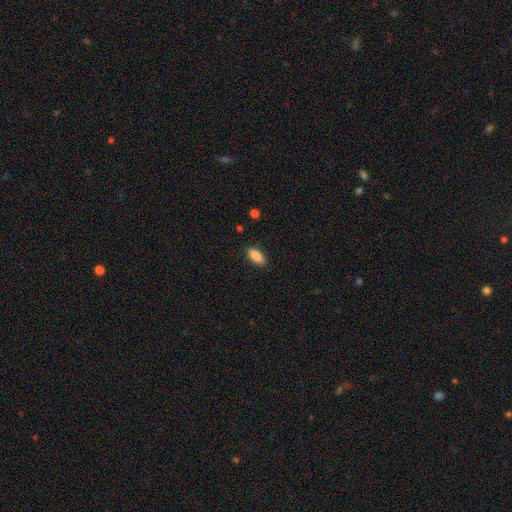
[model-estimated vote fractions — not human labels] Smooth or featured? smooth (86%)
How rounded? in between (82%)
Merging? none (87%)